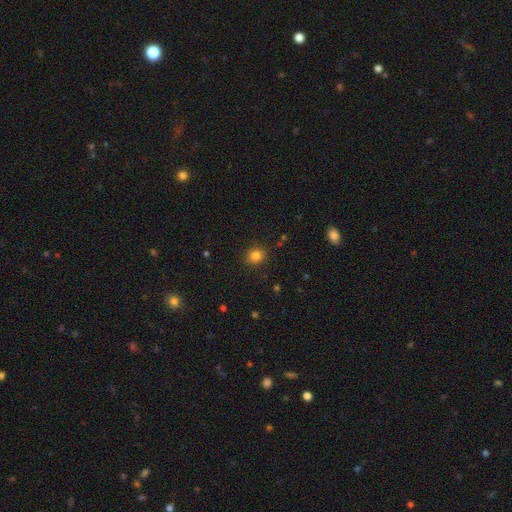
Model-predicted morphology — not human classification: The model was most divided on "how rounded": round: 82%, in between: 17%, cigar-shaped: 1%. More confident: merging — none (89%); smooth or featured — smooth (82%).